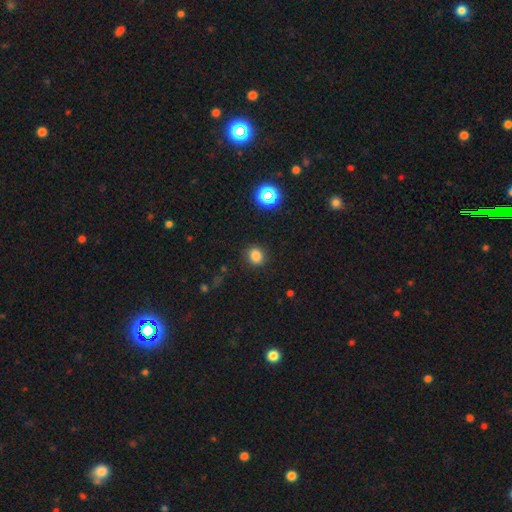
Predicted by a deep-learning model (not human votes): smooth-or-featured: smooth: 82% | star or artifact: 14% | featured or disk: 4%
  how-rounded: round: 67% | in between: 32% | cigar-shaped: 1%
  merging: none: 87% | minor disturbance: 9% | major disturbance: 3% | merger: 1%